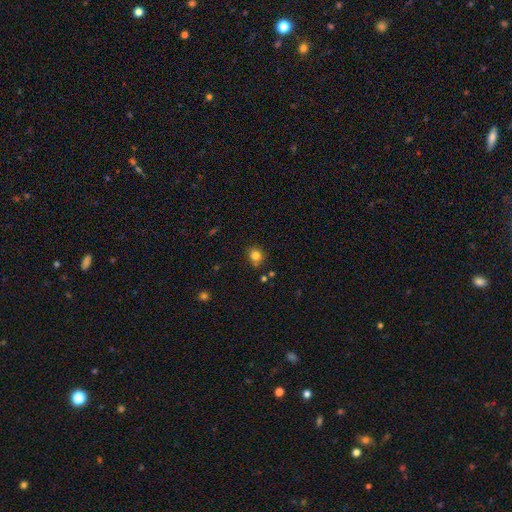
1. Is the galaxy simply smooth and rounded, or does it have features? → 80% smooth, 12% featured or disk, 7% star or artifact.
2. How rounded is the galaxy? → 94% round, 6% in between, 0% cigar-shaped.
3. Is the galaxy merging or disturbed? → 66% none, 26% minor disturbance, 8% merger, 0% major disturbance.